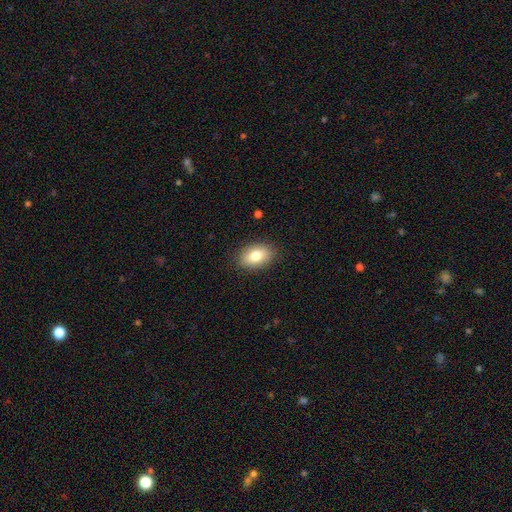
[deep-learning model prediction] smooth-or-featured: smooth: 80% | featured or disk: 12% | star or artifact: 8%
  how-rounded: in between: 87% | round: 12% | cigar-shaped: 2%
  merging: none: 87% | minor disturbance: 9% | major disturbance: 2% | merger: 1%